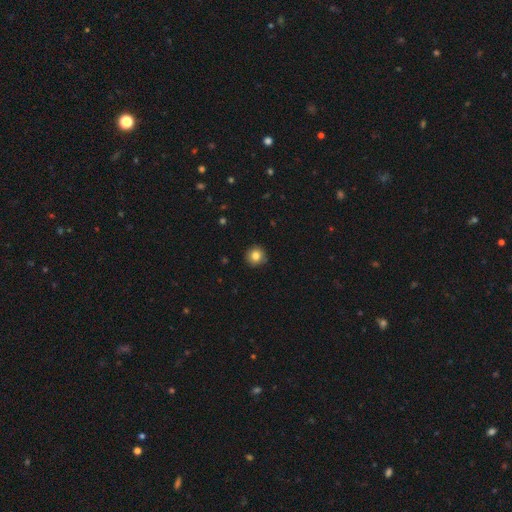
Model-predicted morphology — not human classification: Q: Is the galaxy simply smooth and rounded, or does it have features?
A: smooth — 83%.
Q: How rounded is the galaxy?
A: round — 92%.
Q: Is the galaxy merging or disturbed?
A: none — 88%.